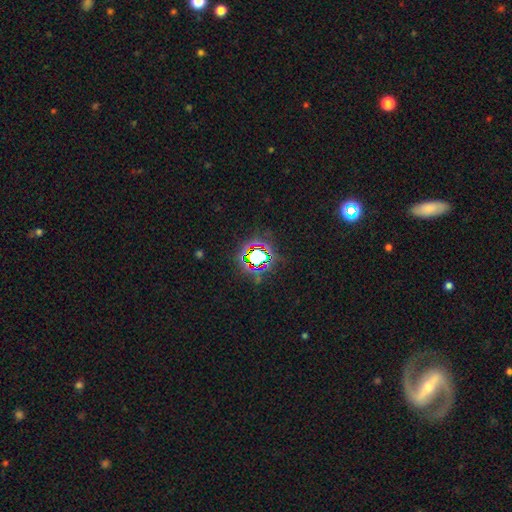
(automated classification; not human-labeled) smooth-or-featured: star or artifact: 72% | smooth: 17% | featured or disk: 10%